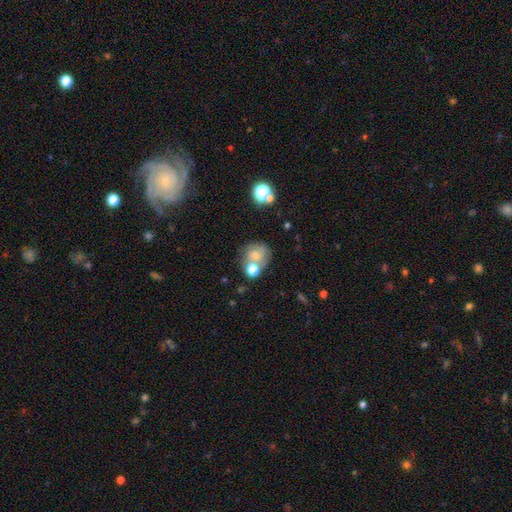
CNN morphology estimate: A smooth galaxy with no disk features (66%) that is round (77%).

Vote fractions:
- Smooth or featured? smooth: 66% / featured or disk: 22% / star or artifact: 13%
- How rounded? round: 77% / in between: 22% / cigar-shaped: 1%
- Merging? none: 44% / merger: 35% / minor disturbance: 14% / major disturbance: 7%